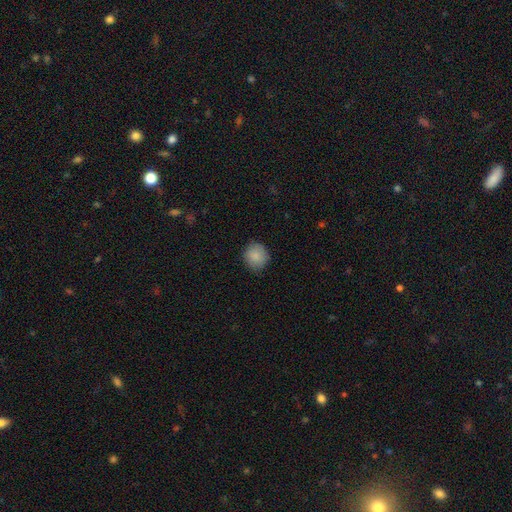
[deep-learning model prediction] A smooth galaxy with no disk features (87%) that is round (87%). Merging: none (83%).